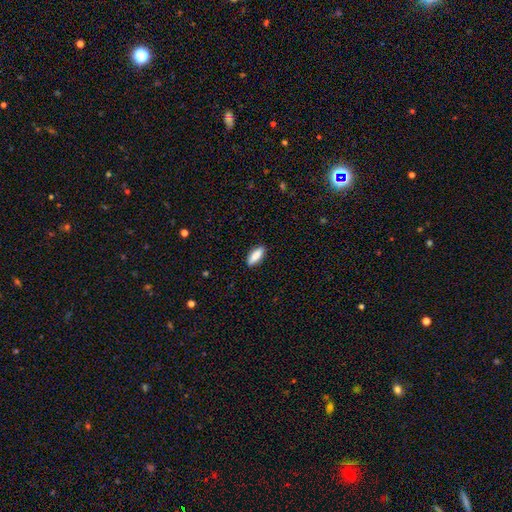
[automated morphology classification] Smooth or featured: smooth — 88% (featured or disk — 6%)
How rounded: in between — 72% (cigar-shaped — 26%)
Merging: none — 89% (minor disturbance — 8%)